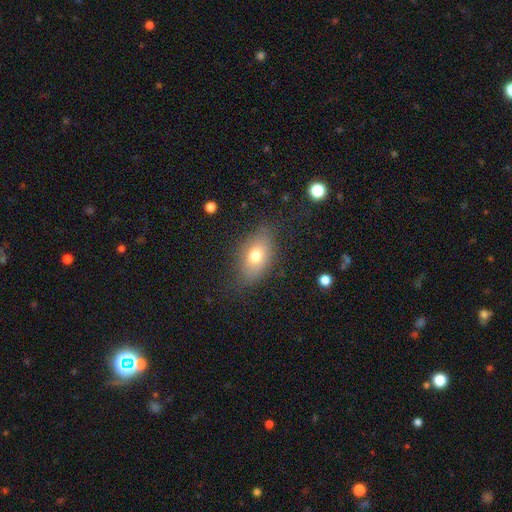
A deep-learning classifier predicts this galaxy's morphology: smooth_or_featured: smooth (p=0.72) [alt: featured or disk p=0.18]
how_rounded: in between (p=0.85) [alt: round p=0.11]
merging: none (p=0.76) [alt: minor disturbance p=0.17]